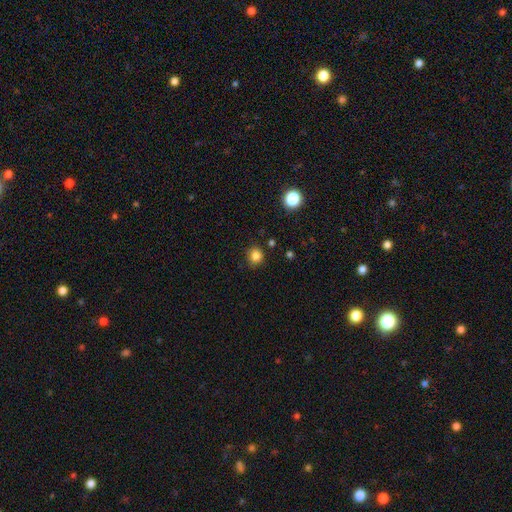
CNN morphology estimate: smooth 83%, star or artifact 13%, featured or disk 4%. Down the decision tree: how rounded — round (86%); merging — none (86%).